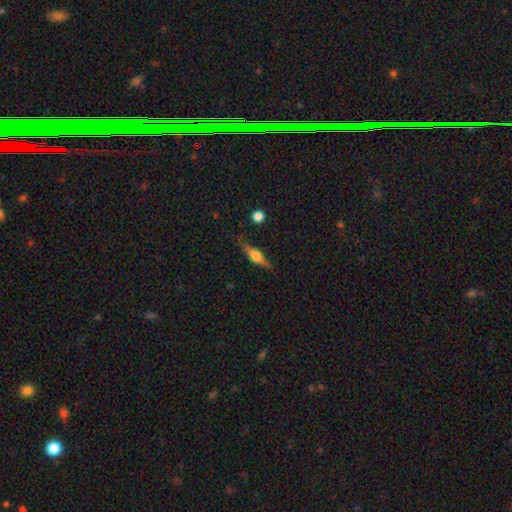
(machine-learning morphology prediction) featured or disk 68%, smooth 25%, star or artifact 7%. Down the decision tree: edge-on disk — yes (96%); edge-on bulge — rounded (92%); merging — none (82%).